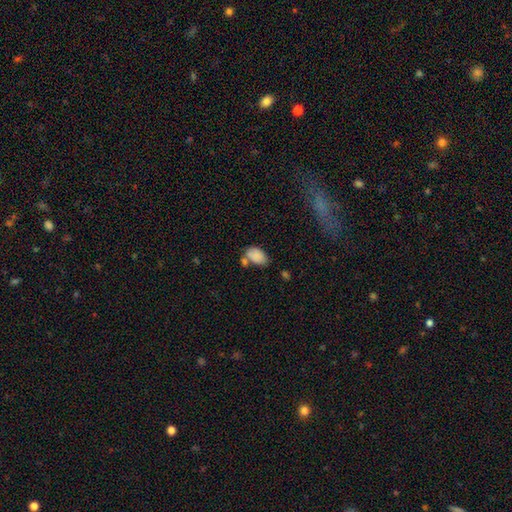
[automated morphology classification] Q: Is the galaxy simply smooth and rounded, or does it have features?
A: smooth — 84%.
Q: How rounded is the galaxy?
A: in between — 91%.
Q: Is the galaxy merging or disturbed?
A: none — 47%.